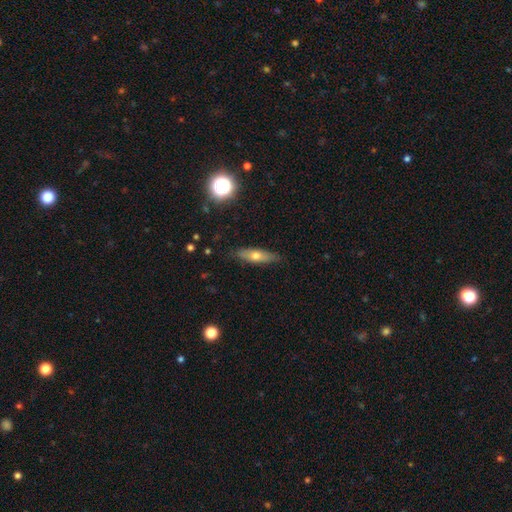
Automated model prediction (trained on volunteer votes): Smooth or featured? Predicted: smooth (p=0.55). How rounded? Predicted: cigar-shaped (p=0.58). Merging? Predicted: none (p=0.84).